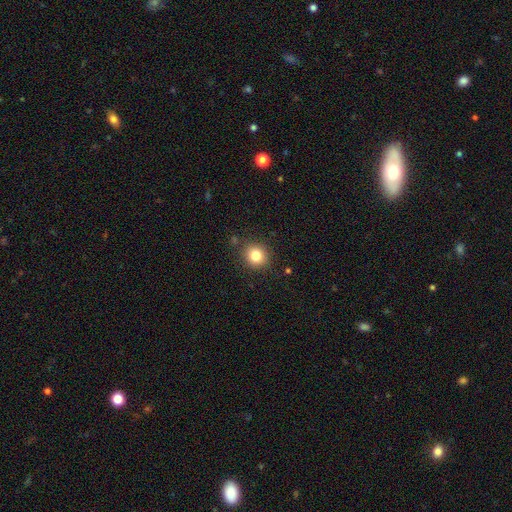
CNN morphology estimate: Smooth or featured: smooth — 82% (star or artifact — 12%)
How rounded: round — 86% (in between — 14%)
Merging: none — 88% (minor disturbance — 8%)